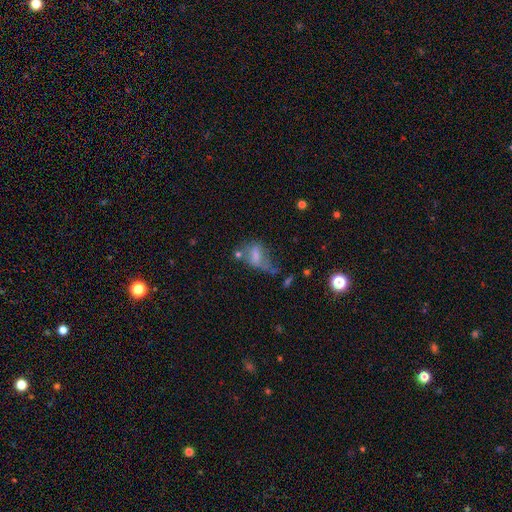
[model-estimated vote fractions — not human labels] Smooth or featured? Predicted: smooth (p=0.54). How rounded? Predicted: in between (p=0.81). Merging? Predicted: major disturbance (p=0.42).